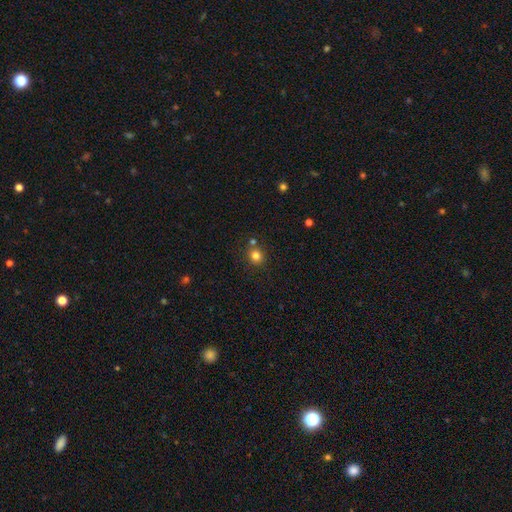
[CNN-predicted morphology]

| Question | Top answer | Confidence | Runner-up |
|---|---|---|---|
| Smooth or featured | smooth | 80% | star or artifact (14%) |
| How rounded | round | 85% | in between (14%) |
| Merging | none | 77% | merger (11%) |